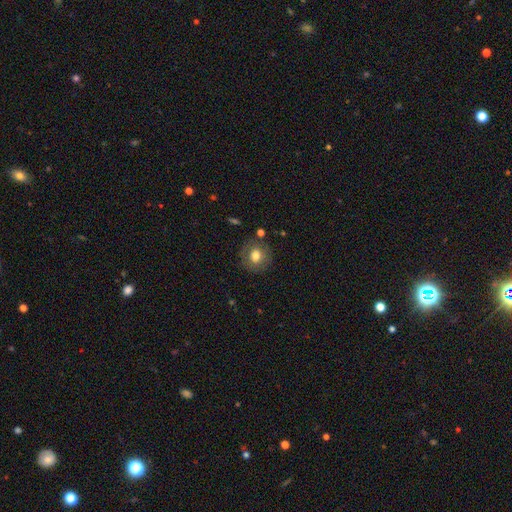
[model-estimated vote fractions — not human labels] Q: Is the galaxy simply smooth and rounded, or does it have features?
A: smooth — 72%.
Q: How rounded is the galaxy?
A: round — 83%.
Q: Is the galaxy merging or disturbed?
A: none — 83%.